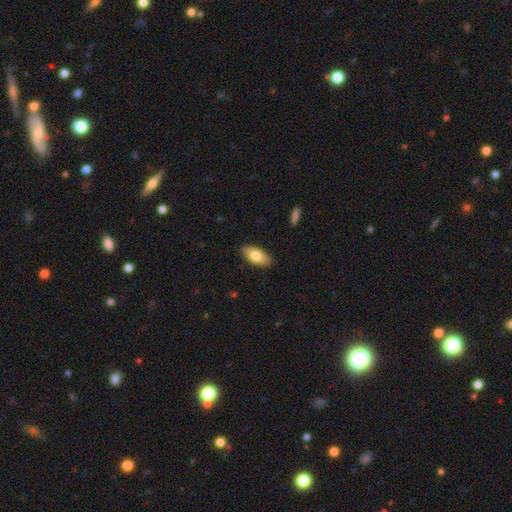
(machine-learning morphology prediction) smooth 77%, featured or disk 17%, star or artifact 6%. Down the decision tree: how rounded — in between (89%); merging — none (88%).